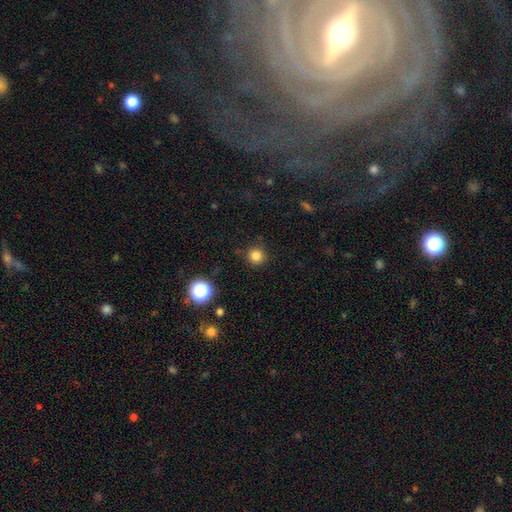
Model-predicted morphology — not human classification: Smooth or featured? Predicted: smooth (p=0.81). How rounded? Predicted: round (p=0.94). Merging? Predicted: none (p=0.89).